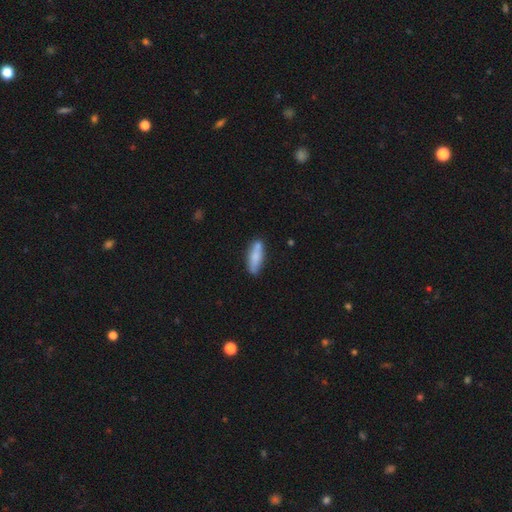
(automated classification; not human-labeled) smooth 76%, featured or disk 18%, star or artifact 6%. Down the decision tree: how rounded — cigar-shaped (51%); merging — none (70%).